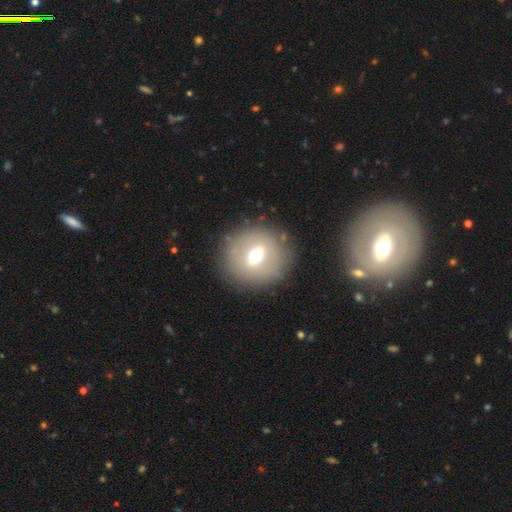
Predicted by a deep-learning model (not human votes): Smooth or featured? Predicted: smooth (p=0.49). Merging? Predicted: none (p=0.83).